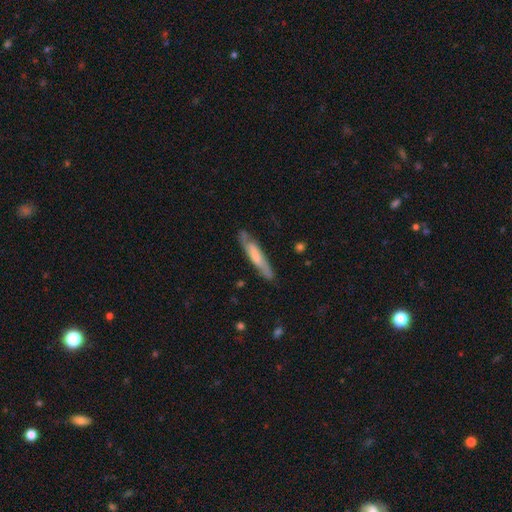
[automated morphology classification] Smooth or featured? smooth (52%)
How rounded? cigar-shaped (89%)
Merging? none (75%)